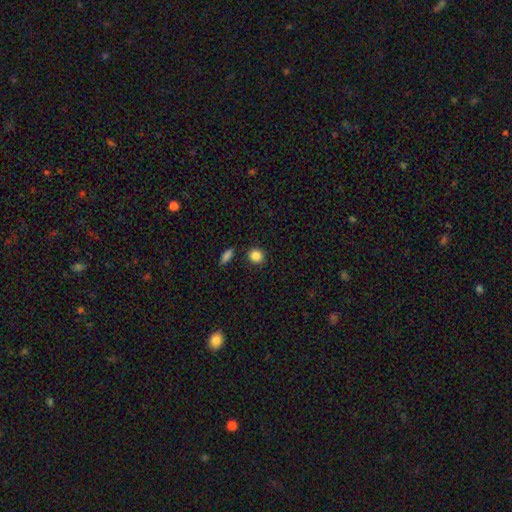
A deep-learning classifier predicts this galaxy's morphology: A smooth galaxy with no disk features (87%) that is round (79%).

Vote fractions:
- Smooth or featured? smooth: 87% / star or artifact: 10% / featured or disk: 4%
- How rounded? round: 79% / in between: 20% / cigar-shaped: 1%
- Merging? none: 87% / minor disturbance: 7% / merger: 4% / major disturbance: 2%